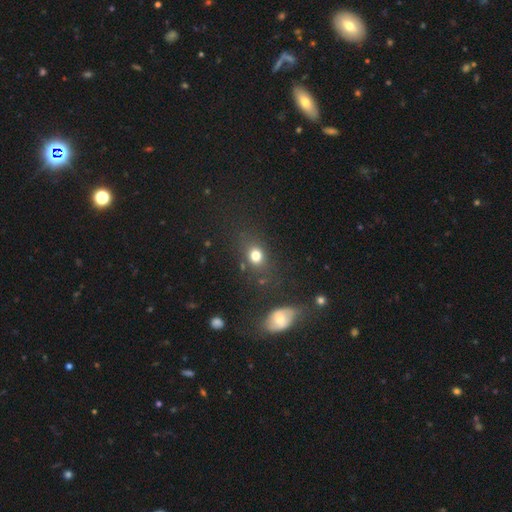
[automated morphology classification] type=smooth (77%); roundness=round (58%); merging=none (74%).